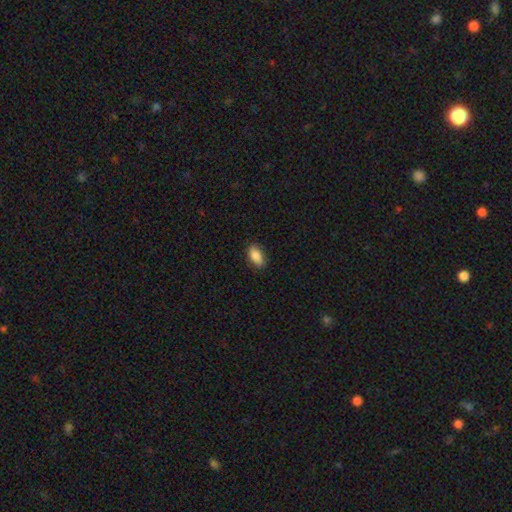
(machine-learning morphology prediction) type=smooth (89%); roundness=in between (91%); merging=none (86%).